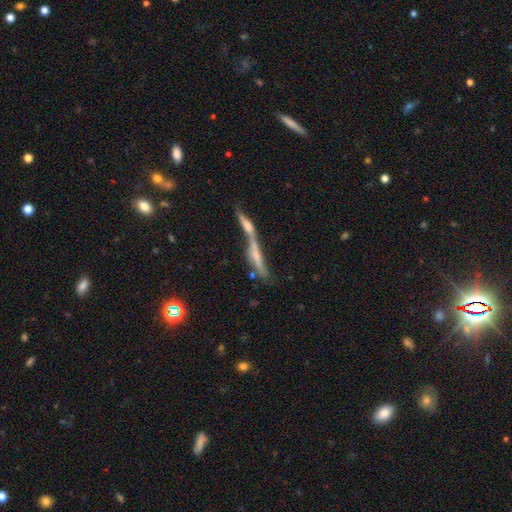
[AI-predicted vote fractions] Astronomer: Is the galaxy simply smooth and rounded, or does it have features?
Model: featured or disk — 46% (runner-up: smooth, 44%).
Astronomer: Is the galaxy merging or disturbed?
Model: merger — 71%.